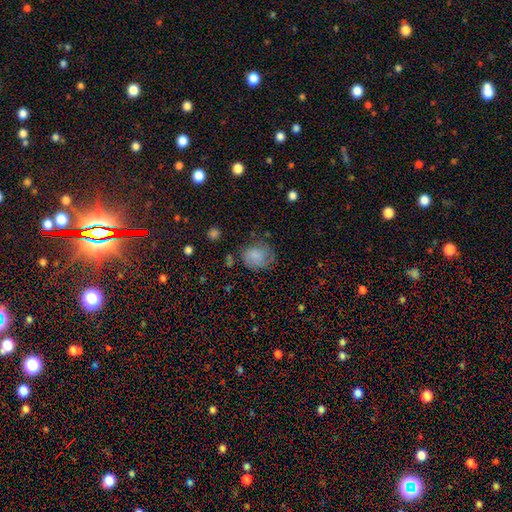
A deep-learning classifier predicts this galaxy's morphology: Smooth or featured: smooth — 74% (featured or disk — 17%)
How rounded: round — 63% (in between — 36%)
Merging: none — 58% (minor disturbance — 26%)